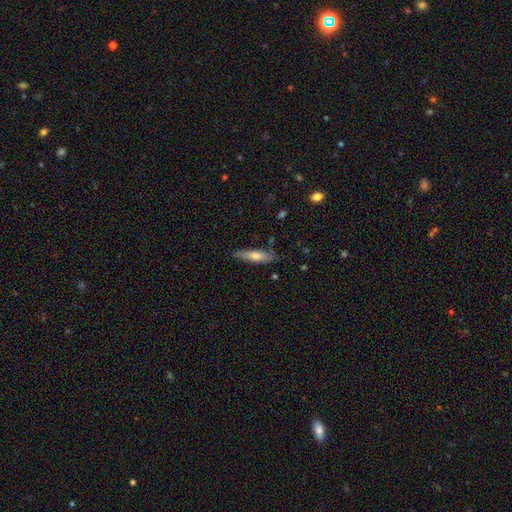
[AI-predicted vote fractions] Q: Smooth or featured?
A: smooth (63%); runner-up: featured or disk (30%)
Q: How rounded?
A: cigar-shaped (75%); runner-up: in between (23%)
Q: Merging?
A: none (78%); runner-up: minor disturbance (17%)